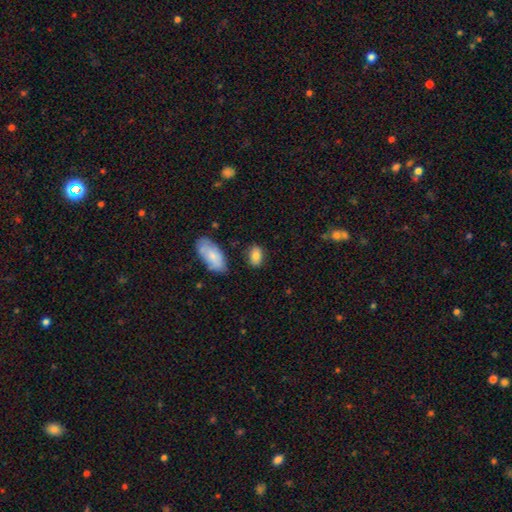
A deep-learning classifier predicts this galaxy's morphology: Smooth or featured: smooth — 81% (featured or disk — 11%)
How rounded: in between — 85% (round — 11%)
Merging: none — 78% (minor disturbance — 15%)